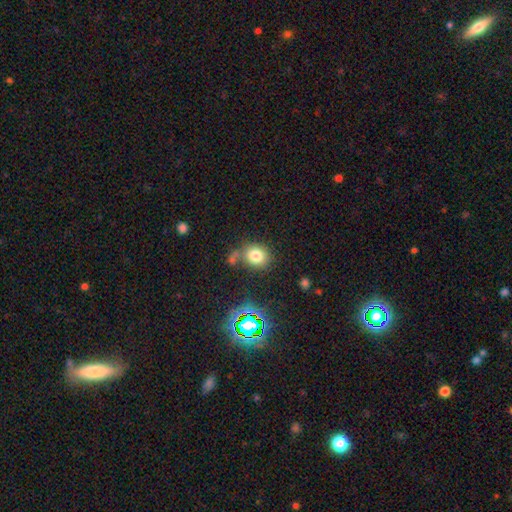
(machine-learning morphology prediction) Smooth or featured? smooth (76%)
How rounded? round (69%)
Merging? none (65%)